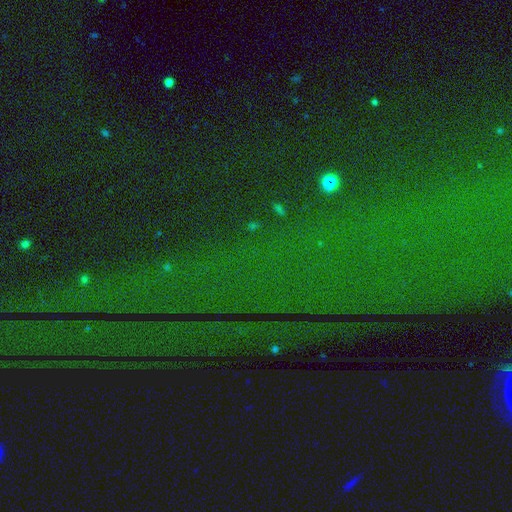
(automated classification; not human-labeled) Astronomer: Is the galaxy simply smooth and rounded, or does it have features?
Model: star or artifact — 83%.